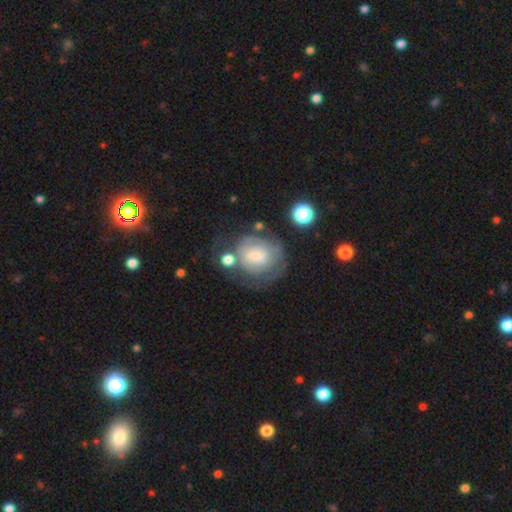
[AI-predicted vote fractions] Smooth or featured?
  - featured or disk: 52% *
  - smooth: 39%
  - star or artifact: 9%
Edge-on disk?
  - no: 97% *
  - yes: 3%
Bar?
  - no: 56% *
  - weak: 35%
  - strong: 9%
Spiral arms?
  - yes: 65% *
  - no: 35%
Bulge size?
  - small: 31% *
  - moderate: 27%
  - none: 19%
  - large: 19%
  - dominant: 4%
Merging?
  - none: 45% *
  - major disturbance: 23%
  - minor disturbance: 22%
  - merger: 11%